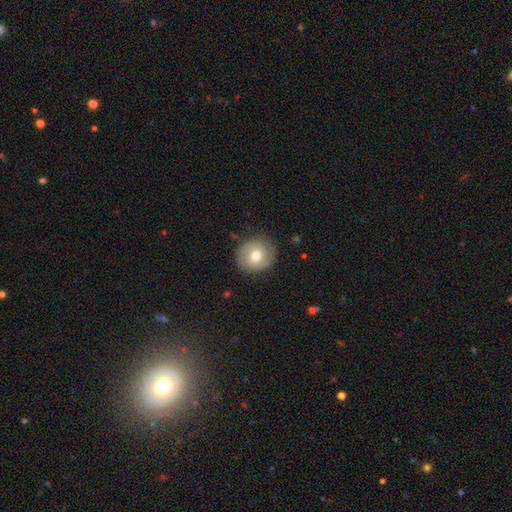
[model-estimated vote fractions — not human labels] smooth_or_featured: smooth (p=0.66) [alt: featured or disk p=0.26]
how_rounded: round (p=0.87) [alt: in between p=0.12]
merging: none (p=0.83) [alt: minor disturbance p=0.12]